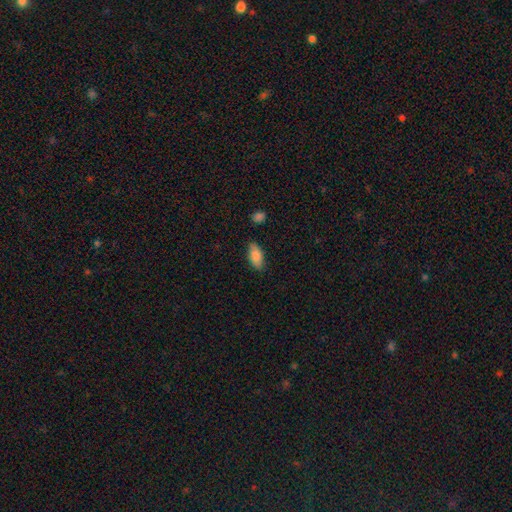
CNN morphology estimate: Smooth or featured? Predicted: smooth (p=0.85). How rounded? Predicted: in between (p=0.88). Merging? Predicted: none (p=0.83).